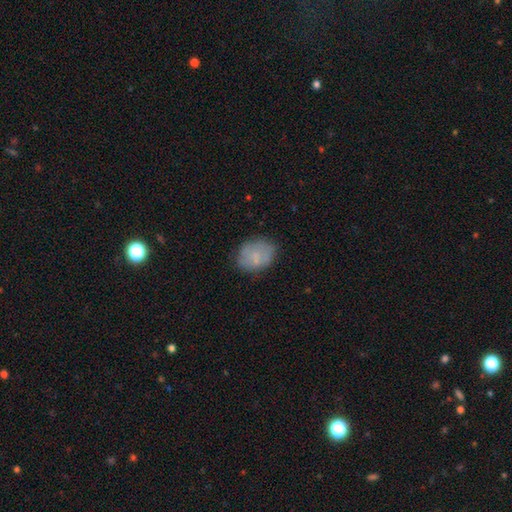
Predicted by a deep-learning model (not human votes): The model was most divided on "how rounded": in between: 61%, round: 38%, cigar-shaped: 1%. More confident: merging — none (70%); smooth or featured — smooth (67%).